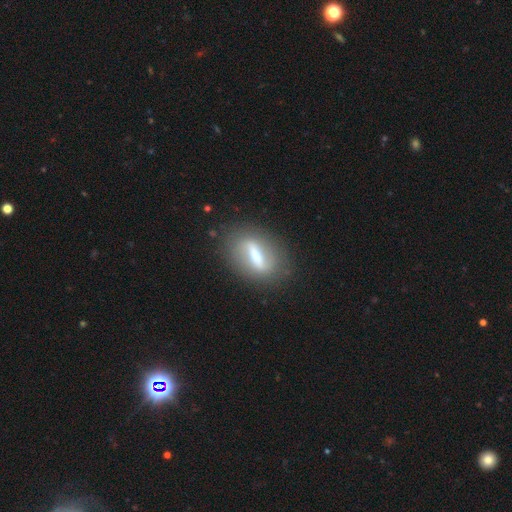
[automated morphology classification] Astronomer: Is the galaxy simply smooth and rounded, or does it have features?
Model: featured or disk — 74%.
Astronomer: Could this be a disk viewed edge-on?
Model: no — 74%.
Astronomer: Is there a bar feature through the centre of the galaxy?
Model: strong — 71%.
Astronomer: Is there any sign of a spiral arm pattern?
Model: no — 60% (runner-up: yes, 40%).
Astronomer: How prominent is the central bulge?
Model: moderate — 55% (runner-up: small, 37%).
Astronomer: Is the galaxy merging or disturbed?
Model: none — 85%.